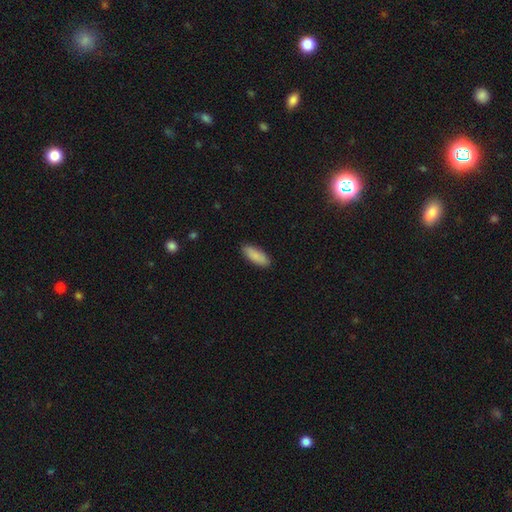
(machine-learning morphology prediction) The model was most divided on "how rounded": in between: 73%, cigar-shaped: 25%, round: 2%. More confident: smooth or featured — smooth (88%); merging — none (88%).